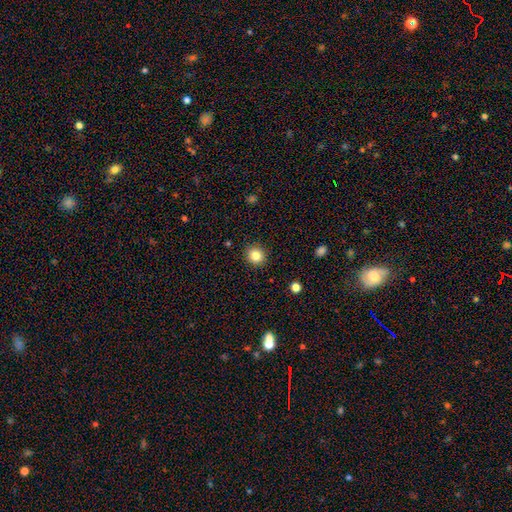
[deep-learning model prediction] smooth 83%, star or artifact 11%, featured or disk 6%. Down the decision tree: how rounded — round (89%); merging — none (91%).